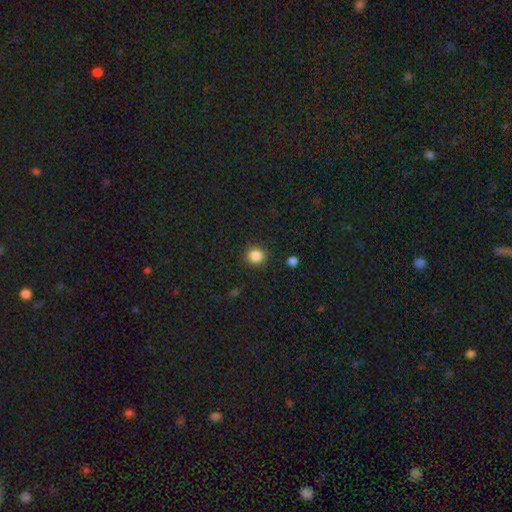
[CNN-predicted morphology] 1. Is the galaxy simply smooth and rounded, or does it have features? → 86% smooth, 11% star or artifact, 4% featured or disk.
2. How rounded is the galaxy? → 89% round, 10% in between, 1% cigar-shaped.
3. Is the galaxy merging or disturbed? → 89% none, 7% minor disturbance, 2% major disturbance, 2% merger.